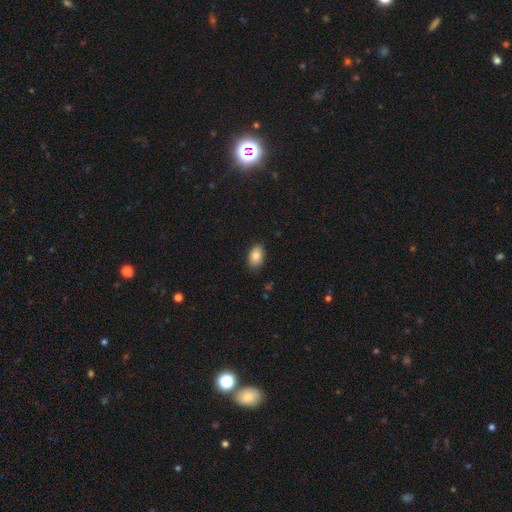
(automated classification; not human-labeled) Q: Smooth or featured?
A: smooth (85%); runner-up: star or artifact (8%)
Q: How rounded?
A: in between (90%); runner-up: round (8%)
Q: Merging?
A: none (86%); runner-up: minor disturbance (11%)